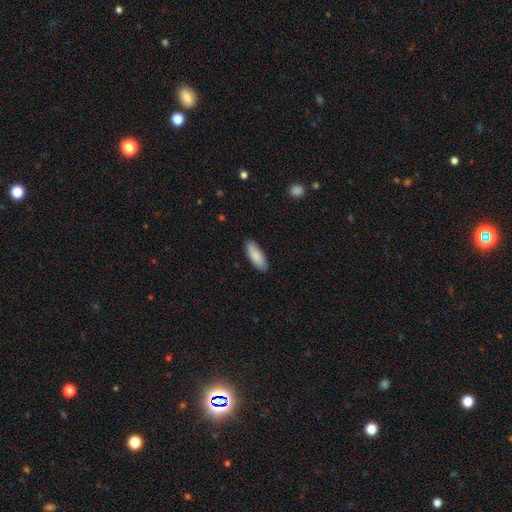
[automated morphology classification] A smooth galaxy with no disk features (89%) that is in between round and cigar-shaped (71%).

Vote fractions:
- Smooth or featured? smooth: 89% / featured or disk: 6% / star or artifact: 5%
- How rounded? in between: 71% / cigar-shaped: 28% / round: 1%
- Merging? none: 87% / minor disturbance: 10% / major disturbance: 2% / merger: 1%